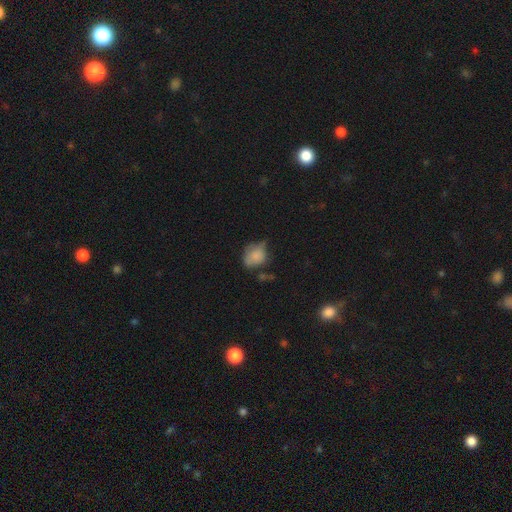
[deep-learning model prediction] Morphology: type=smooth (78%); roundness=round (53%); merging=minor disturbance (41%).